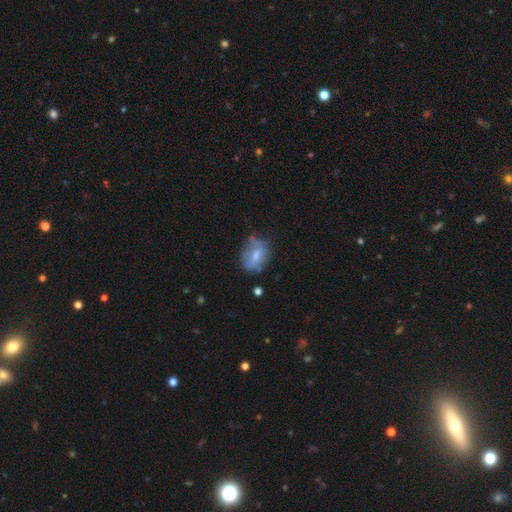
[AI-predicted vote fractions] Morphology: type=smooth (59%); roundness=in between (60%); merging=none (49%).